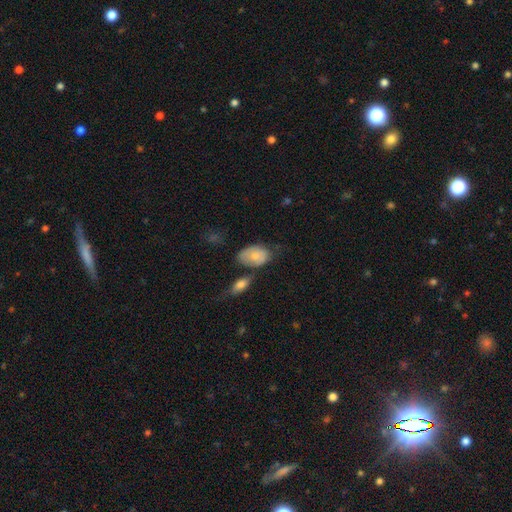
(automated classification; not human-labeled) A smooth galaxy with no disk features (74%) that is in between round and cigar-shaped (88%). Merging: none (43%).